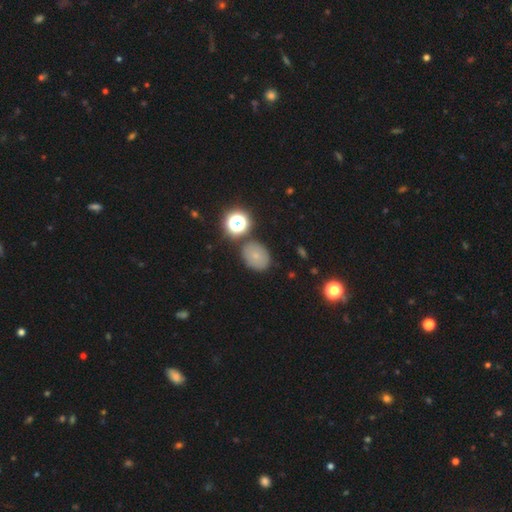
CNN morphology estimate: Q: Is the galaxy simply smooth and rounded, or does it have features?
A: smooth — 67%.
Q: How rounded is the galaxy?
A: in between — 56%.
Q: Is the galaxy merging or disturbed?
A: none — 80%.